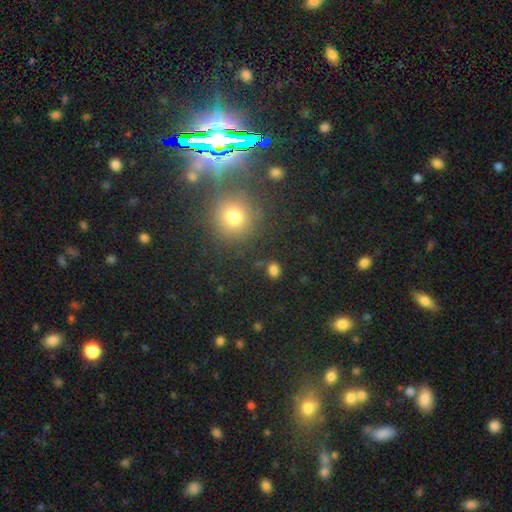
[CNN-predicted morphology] A star or artifact, not a galaxy (62%).

Vote fractions:
- Smooth or featured? star or artifact: 62% / smooth: 31% / featured or disk: 7%